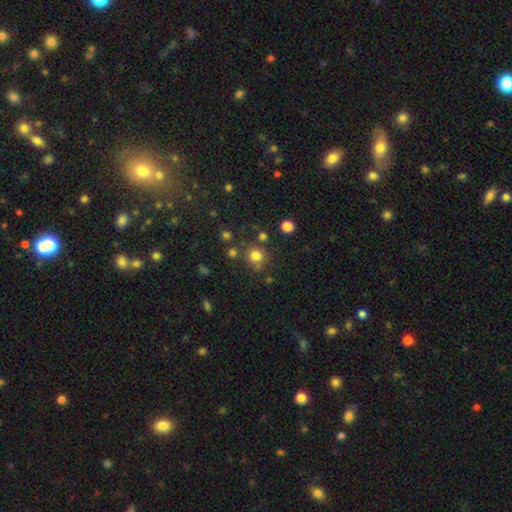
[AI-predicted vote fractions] Smooth or featured? smooth (77%)
How rounded? round (89%)
Merging? none (73%)